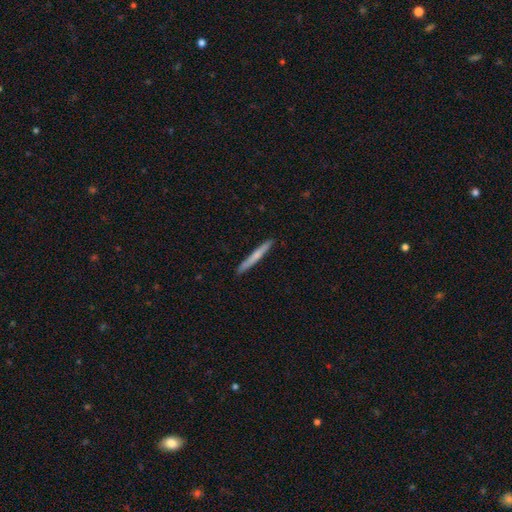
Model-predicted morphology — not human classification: smooth_or_featured: smooth (p=0.61) [alt: featured or disk p=0.33]
how_rounded: cigar-shaped (p=0.97) [alt: in between p=0.02]
merging: none (p=0.91) [alt: minor disturbance p=0.06]